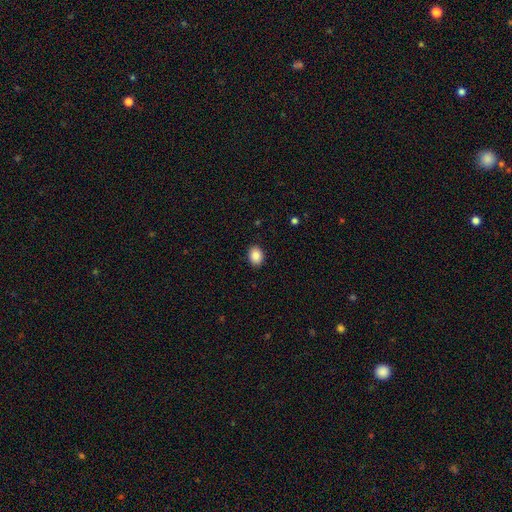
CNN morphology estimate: The model was most divided on "how rounded": in between: 66%, round: 33%, cigar-shaped: 1%. More confident: merging — none (90%); smooth or featured — smooth (88%).